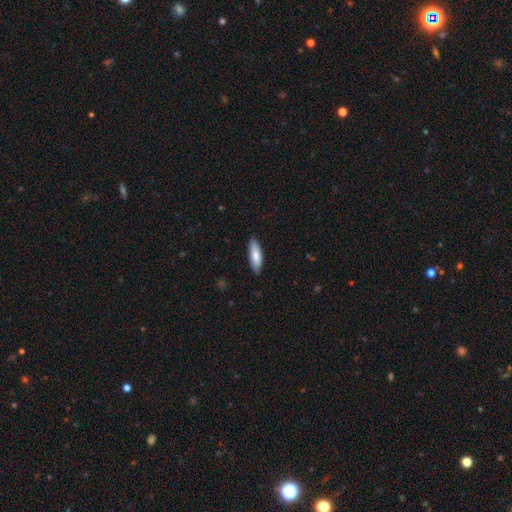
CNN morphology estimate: smooth_or_featured: smooth (p=0.80) [alt: featured or disk p=0.15]
how_rounded: in between (p=0.52) [alt: cigar-shaped p=0.47]
merging: none (p=0.86) [alt: minor disturbance p=0.11]